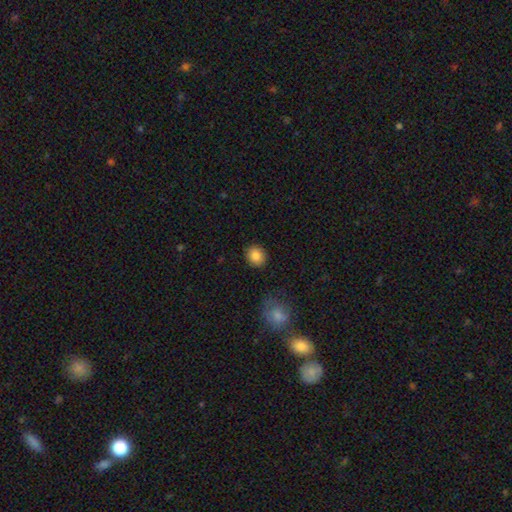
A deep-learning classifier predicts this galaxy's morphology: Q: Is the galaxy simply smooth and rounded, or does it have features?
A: smooth — 85%.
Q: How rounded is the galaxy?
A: round — 74%.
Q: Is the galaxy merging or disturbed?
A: none — 88%.